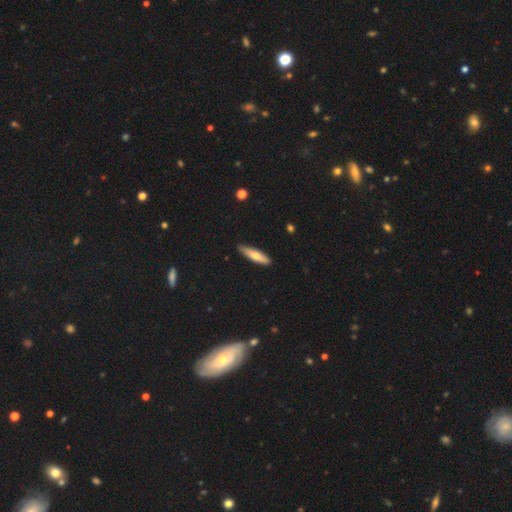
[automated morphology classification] Overall: smooth (63%; featured or disk 31%). How rounded: cigar-shaped (77%). Merging: none (88%).